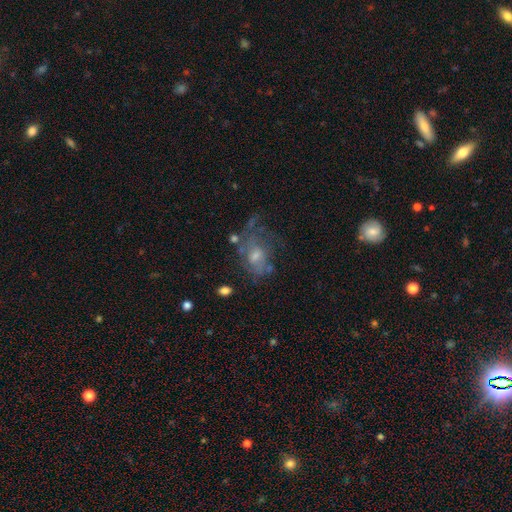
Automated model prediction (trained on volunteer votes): This is possibly a featured or disk galaxy (56%). It is clearly not viewed edge-on (95%). Bar: likely no (73%). Spiral arm pattern: possibly yes (54%). Central bulge: possibly moderate (46%). Merging: marginally none (41%).